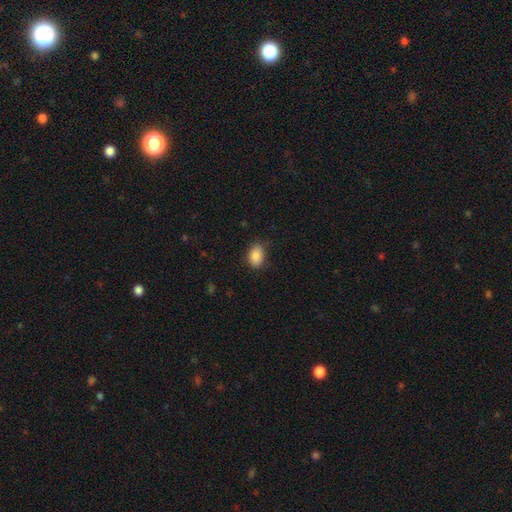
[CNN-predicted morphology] Smooth or featured? Predicted: smooth (p=0.88). How rounded? Predicted: in between (p=0.84). Merging? Predicted: none (p=0.81).